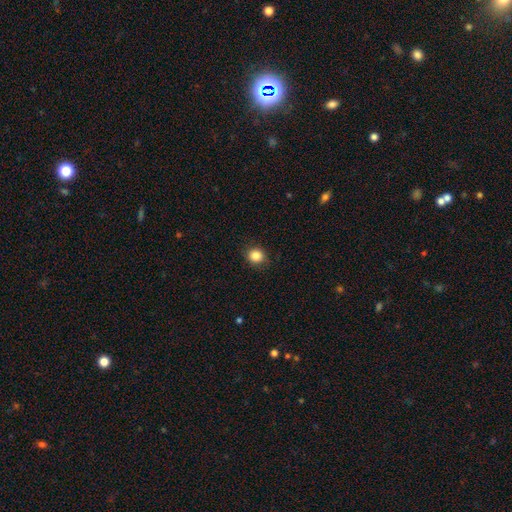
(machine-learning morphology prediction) smooth_or_featured: smooth (p=0.86) [alt: star or artifact p=0.10]
how_rounded: round (p=0.84) [alt: in between p=0.15]
merging: none (p=0.88) [alt: minor disturbance p=0.09]